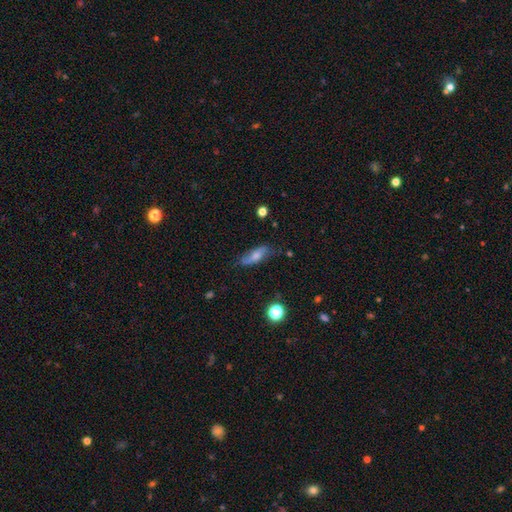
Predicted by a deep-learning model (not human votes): Smooth or featured?
  - smooth: 64% *
  - featured or disk: 28%
  - star or artifact: 8%
How rounded?
  - in between: 58% *
  - cigar-shaped: 38%
  - round: 3%
Merging?
  - none: 63% *
  - minor disturbance: 26%
  - major disturbance: 7%
  - merger: 3%